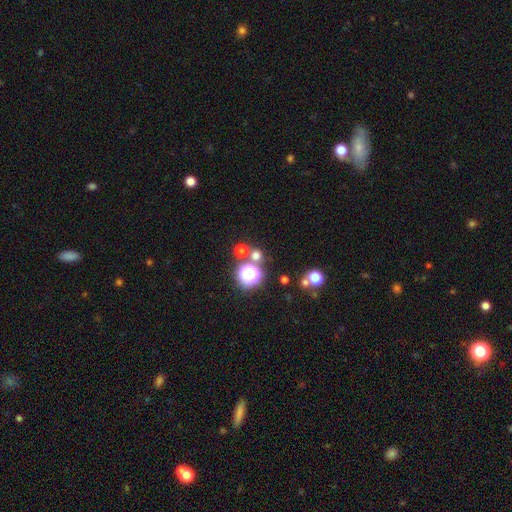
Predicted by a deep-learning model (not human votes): Overall: smooth (61%; star or artifact 31%). How rounded: round (89%). Merging: none (72%).